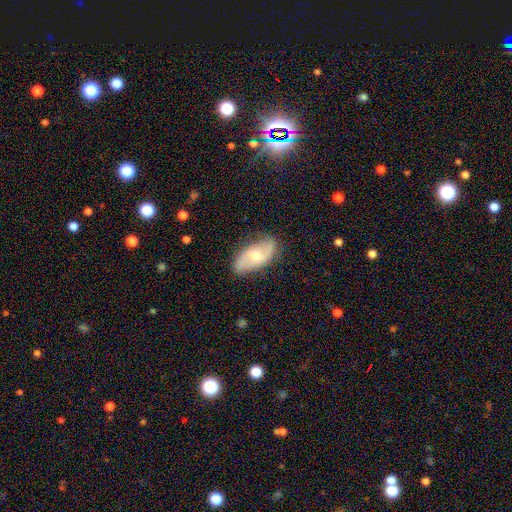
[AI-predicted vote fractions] A featured or disk galaxy (65%) with no bar (58%), 2 (87%) loose (53%) spiral arms (85%) and a moderate central bulge (65%). Merging: none (78%).